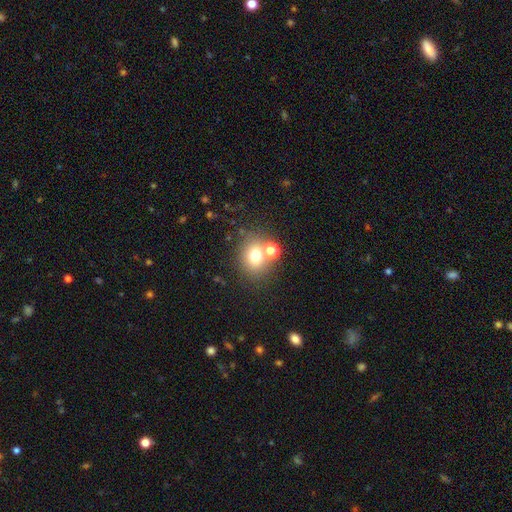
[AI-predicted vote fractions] smooth-or-featured: smooth: 70% | star or artifact: 16% | featured or disk: 14%
  how-rounded: round: 73% | in between: 26% | cigar-shaped: 1%
  merging: none: 62% | merger: 24% | minor disturbance: 10% | major disturbance: 4%